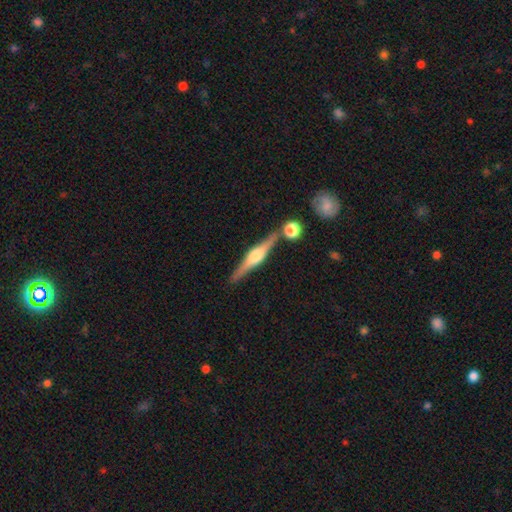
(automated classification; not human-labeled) The model was most divided on "smooth or featured": featured or disk: 77%, smooth: 18%, star or artifact: 6%. More confident: edge-on disk — yes (97%); edge-on bulge — rounded (89%); merging — none (81%).